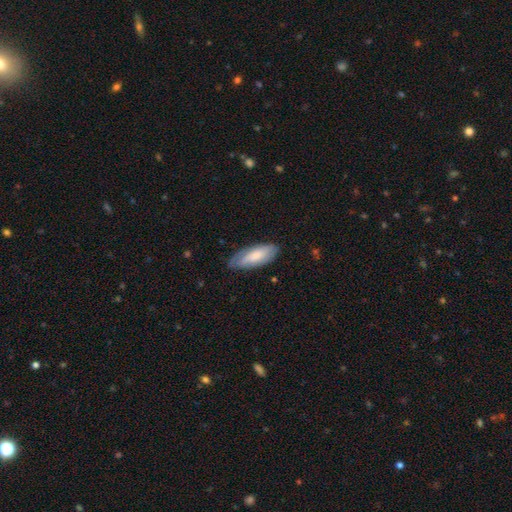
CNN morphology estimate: smooth 64%, featured or disk 30%, star or artifact 6%. Down the decision tree: how rounded — in between (73%); merging — none (71%).